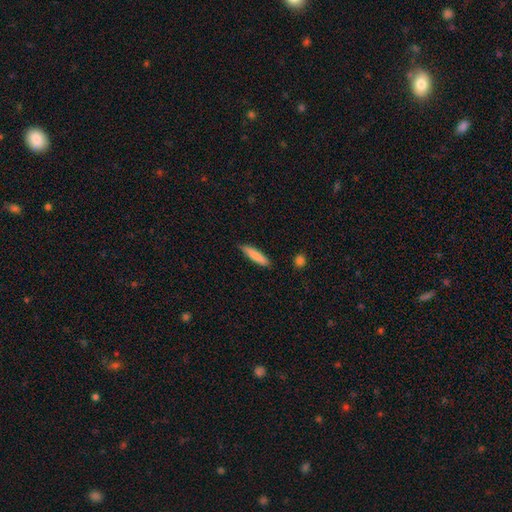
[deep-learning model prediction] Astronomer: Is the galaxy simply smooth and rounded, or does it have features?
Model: smooth — 82%.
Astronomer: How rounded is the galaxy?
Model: cigar-shaped — 84%.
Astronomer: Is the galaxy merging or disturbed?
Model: none — 85%.